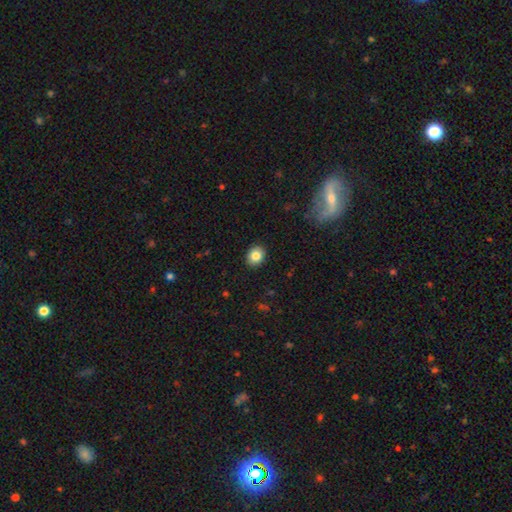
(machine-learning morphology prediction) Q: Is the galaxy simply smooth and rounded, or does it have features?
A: smooth — 83%.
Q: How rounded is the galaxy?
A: round — 59%.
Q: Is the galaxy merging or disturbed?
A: none — 90%.